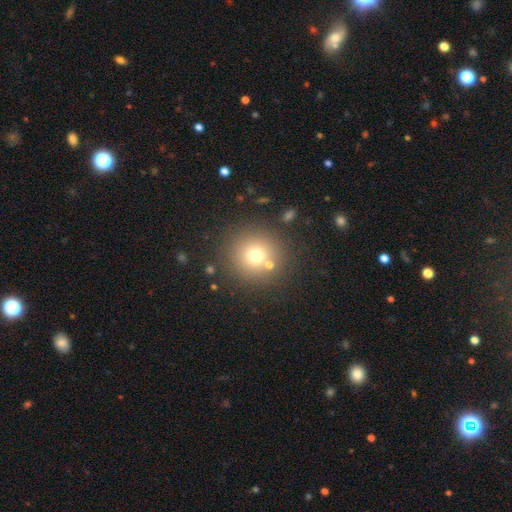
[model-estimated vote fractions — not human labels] Smooth or featured?
  - smooth: 70% *
  - star or artifact: 17%
  - featured or disk: 13%
How rounded?
  - round: 94% *
  - in between: 5%
  - cigar-shaped: 1%
Merging?
  - none: 80% *
  - merger: 9%
  - minor disturbance: 8%
  - major disturbance: 4%